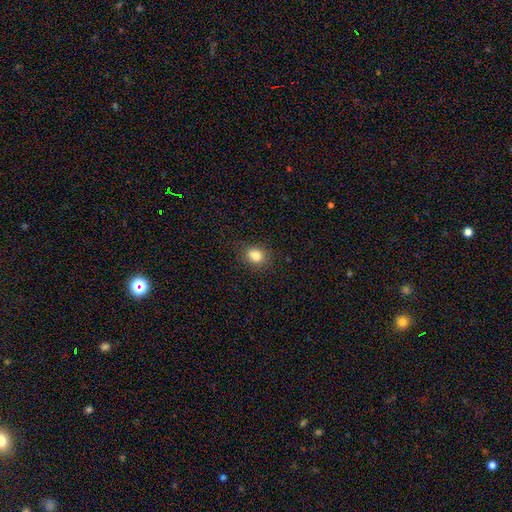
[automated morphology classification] smooth-or-featured: smooth: 83% | star or artifact: 11% | featured or disk: 6%
  how-rounded: in between: 52% | round: 47% | cigar-shaped: 1%
  merging: none: 81% | minor disturbance: 14% | major disturbance: 4% | merger: 1%